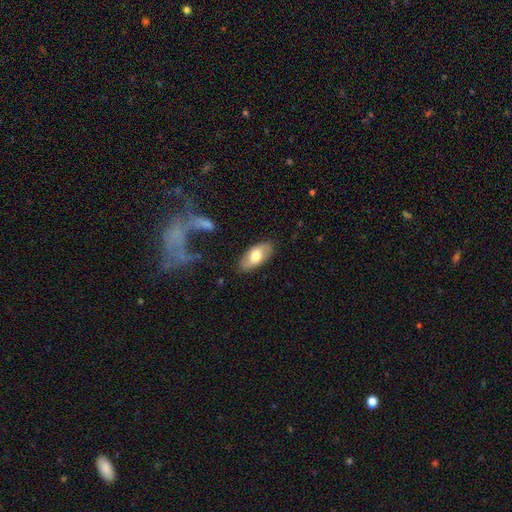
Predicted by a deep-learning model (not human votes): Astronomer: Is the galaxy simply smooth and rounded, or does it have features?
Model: smooth — 68%.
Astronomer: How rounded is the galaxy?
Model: in between — 92%.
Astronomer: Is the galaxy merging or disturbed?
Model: none — 84%.